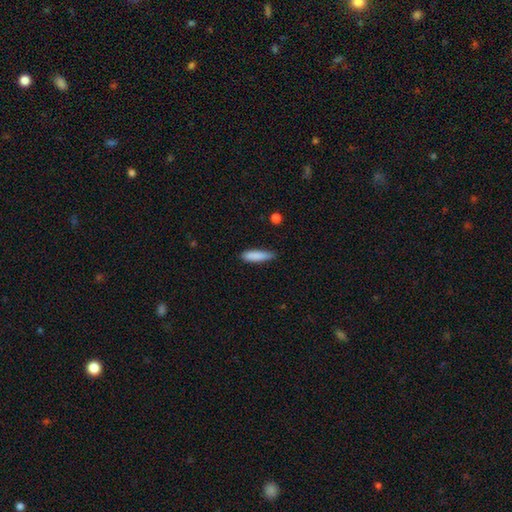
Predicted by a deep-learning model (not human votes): A smooth galaxy with no disk features (86%) that is cigar-shaped (71%). Merging: none (72%).